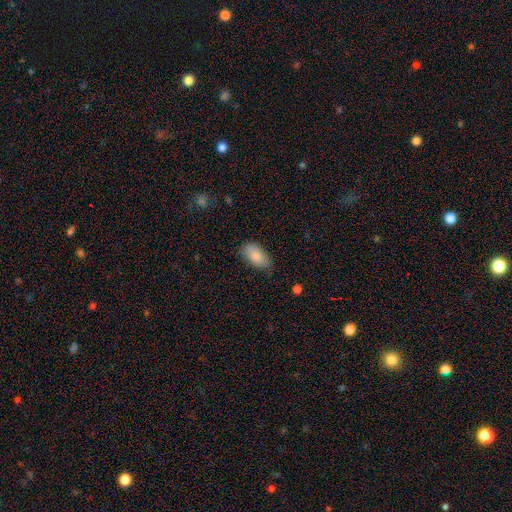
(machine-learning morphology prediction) Q: Smooth or featured?
A: smooth (85%); runner-up: featured or disk (9%)
Q: How rounded?
A: in between (94%); runner-up: cigar-shaped (3%)
Q: Merging?
A: none (75%); runner-up: minor disturbance (20%)